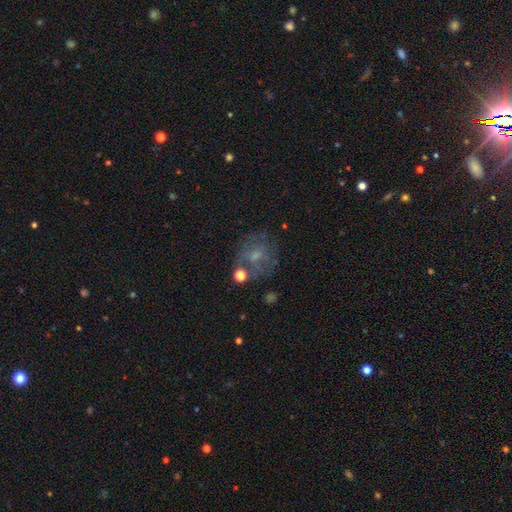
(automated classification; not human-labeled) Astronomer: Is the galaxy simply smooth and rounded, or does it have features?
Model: featured or disk — 43% (runner-up: smooth, 42%).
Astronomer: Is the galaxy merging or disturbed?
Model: none — 56%.